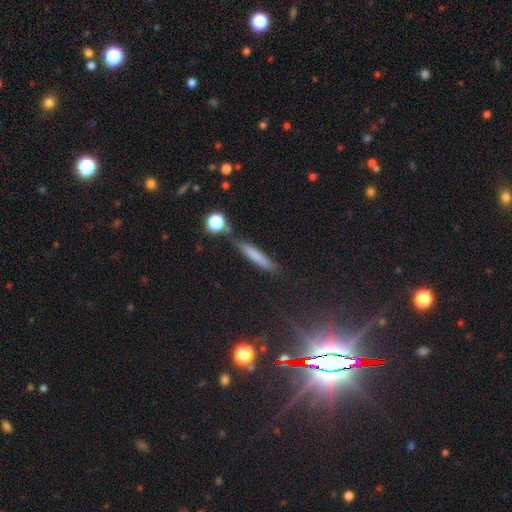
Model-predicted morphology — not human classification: smooth_or_featured: smooth (p=0.71) [alt: featured or disk p=0.18]
how_rounded: cigar-shaped (p=0.90) [alt: in between p=0.07]
merging: none (p=0.75) [alt: minor disturbance p=0.15]